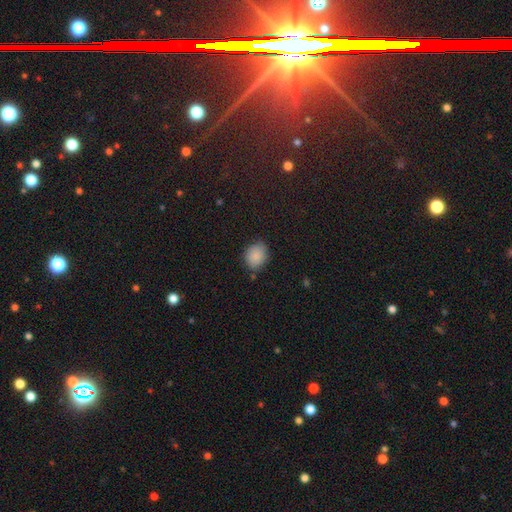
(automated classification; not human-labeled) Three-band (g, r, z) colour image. It shows a smooth galaxy with no disk features (88%) that is round (57%). Merging: none (77%).